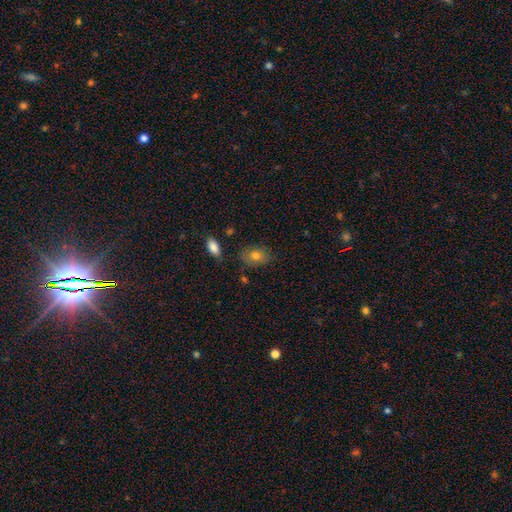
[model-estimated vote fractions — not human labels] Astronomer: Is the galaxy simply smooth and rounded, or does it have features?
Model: smooth — 75%.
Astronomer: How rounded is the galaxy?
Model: in between — 79%.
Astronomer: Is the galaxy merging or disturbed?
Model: none — 77%.